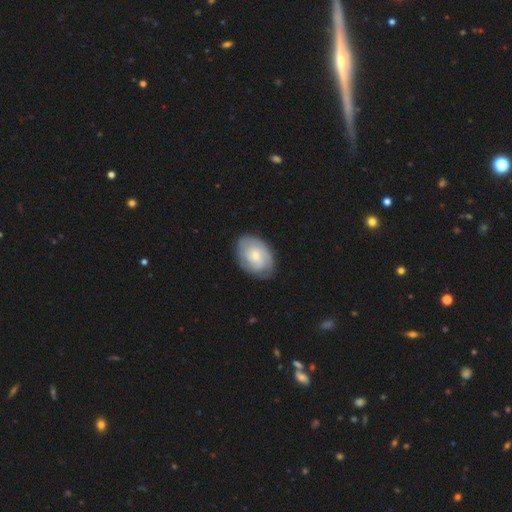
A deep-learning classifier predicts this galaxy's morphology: type=featured or disk (58%); edge-on=no (96%); bar=no (64%); spiral arms=yes (83%); bulge=small (57%); merging=none (75%).